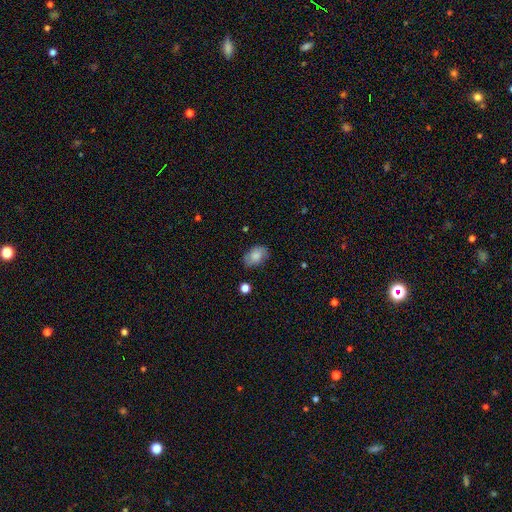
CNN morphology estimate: smooth 75%, featured or disk 17%, star or artifact 9%. Down the decision tree: how rounded — in between (86%); merging — none (75%).